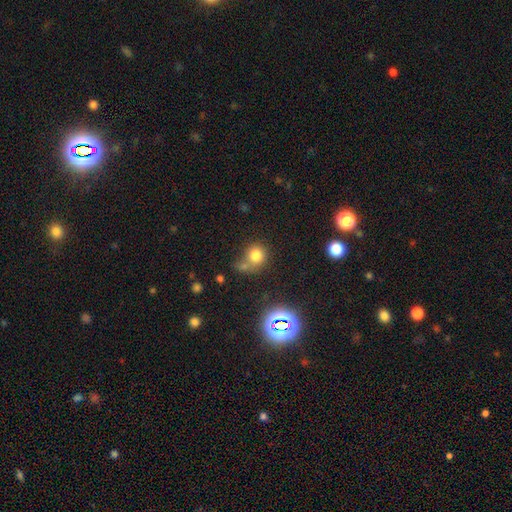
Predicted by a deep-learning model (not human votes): smooth_or_featured: smooth (p=0.75) [alt: star or artifact p=0.16]
how_rounded: round (p=0.84) [alt: in between p=0.15]
merging: none (p=0.51) [alt: merger p=0.29]